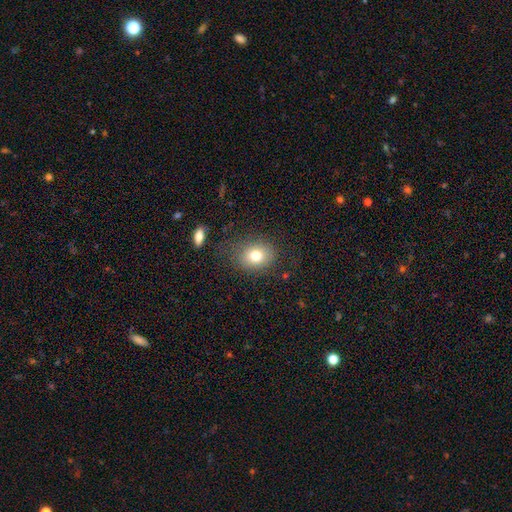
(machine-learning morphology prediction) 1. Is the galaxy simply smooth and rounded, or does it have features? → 77% smooth, 12% featured or disk, 11% star or artifact.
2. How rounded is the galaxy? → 52% round, 48% in between, 1% cigar-shaped.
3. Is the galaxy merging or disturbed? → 78% none, 14% minor disturbance, 6% major disturbance, 2% merger.